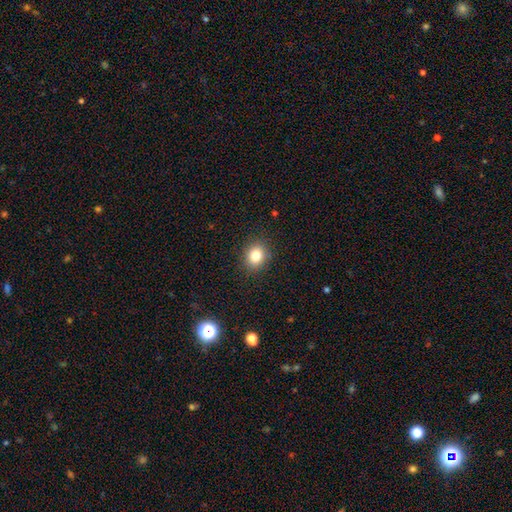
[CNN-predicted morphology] Overall: smooth (82%). How rounded: round (61%; in between 38%). Merging: none (89%).